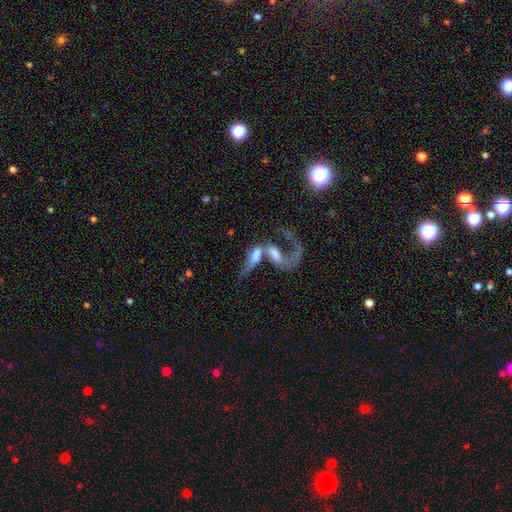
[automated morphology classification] Smooth or featured?
  - featured or disk: 48% *
  - smooth: 42%
  - star or artifact: 10%
Merging?
  - merger: 63% *
  - major disturbance: 18%
  - none: 12%
  - minor disturbance: 6%